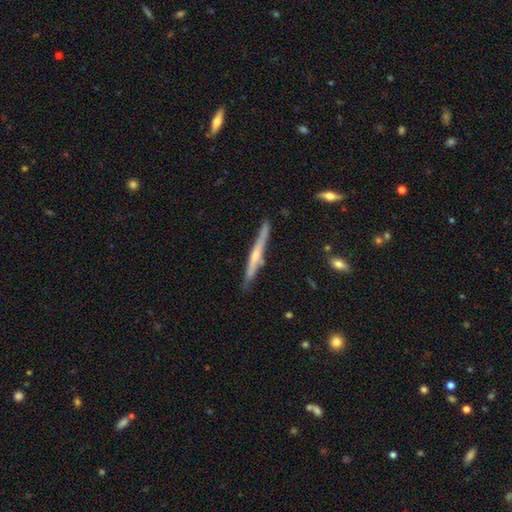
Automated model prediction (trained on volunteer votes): smooth_or_featured: featured or disk (p=0.65) [alt: smooth p=0.29]
disk_edge_on: yes (p=0.97) [alt: no p=0.03]
edge_on_bulge: rounded (p=0.61) [alt: none p=0.31]
merging: none (p=0.84) [alt: minor disturbance p=0.12]